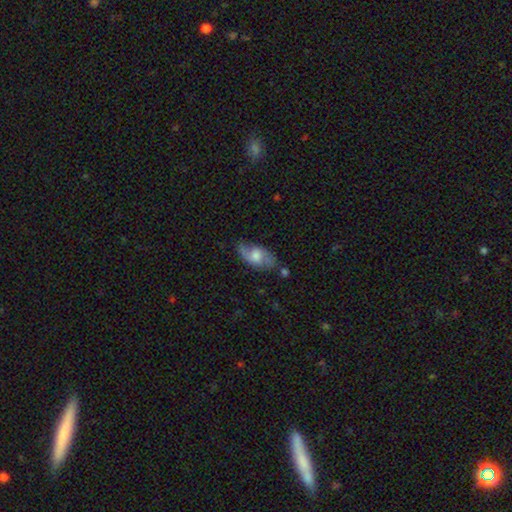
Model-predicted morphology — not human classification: Smooth or featured?
  - featured or disk: 57% *
  - smooth: 36%
  - star or artifact: 7%
Edge-on disk?
  - no: 92% *
  - yes: 8%
Bar?
  - no: 56% *
  - weak: 38%
  - strong: 7%
Spiral arms?
  - yes: 84% *
  - no: 16%
Bulge size?
  - moderate: 49% *
  - large: 24%
  - small: 18%
  - none: 6%
  - dominant: 2%
Merging?
  - none: 64% *
  - minor disturbance: 23%
  - major disturbance: 8%
  - merger: 4%